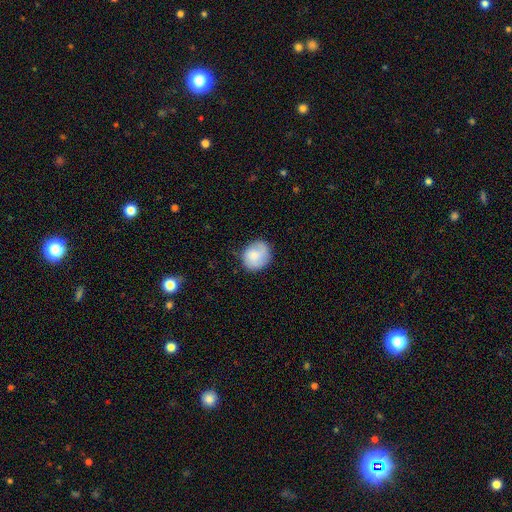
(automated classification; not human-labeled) Q: Smooth or featured?
A: smooth (79%); runner-up: featured or disk (14%)
Q: How rounded?
A: round (70%); runner-up: in between (29%)
Q: Merging?
A: none (68%); runner-up: minor disturbance (24%)